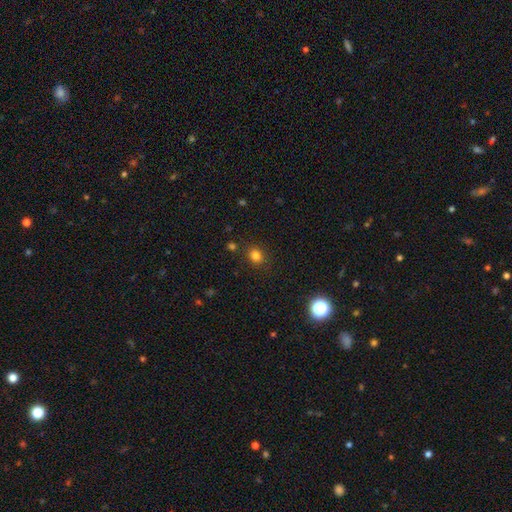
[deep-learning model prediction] Smooth or featured?
  - smooth: 80% *
  - star or artifact: 15%
  - featured or disk: 5%
How rounded?
  - round: 73% *
  - in between: 26%
  - cigar-shaped: 1%
Merging?
  - none: 85% *
  - minor disturbance: 9%
  - major disturbance: 3%
  - merger: 3%